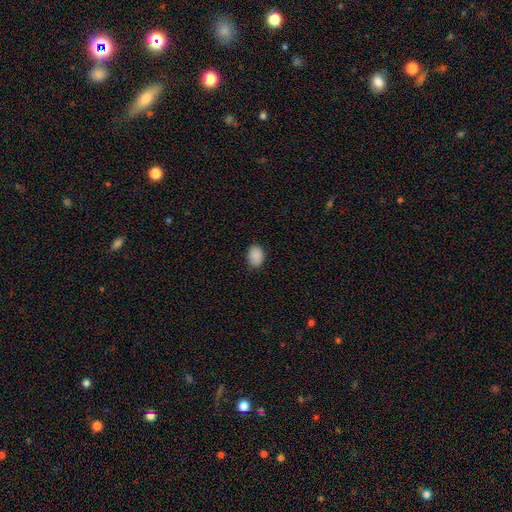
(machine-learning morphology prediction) Smooth or featured? Predicted: smooth (p=0.89). How rounded? Predicted: in between (p=0.67). Merging? Predicted: none (p=0.85).